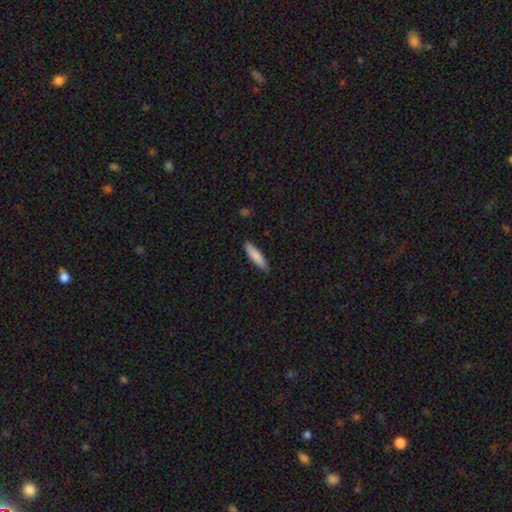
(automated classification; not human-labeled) Smooth or featured? smooth (85%)
How rounded? cigar-shaped (77%)
Merging? none (87%)